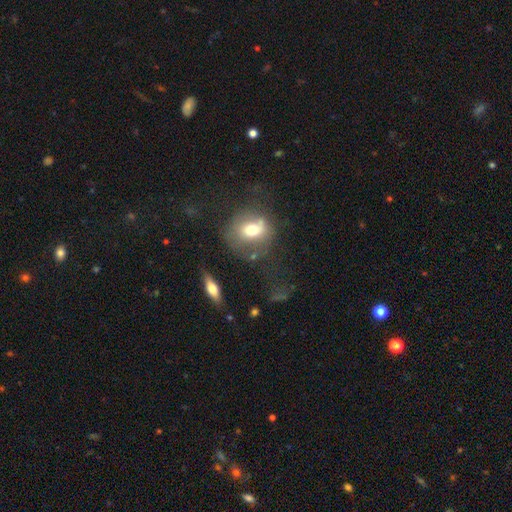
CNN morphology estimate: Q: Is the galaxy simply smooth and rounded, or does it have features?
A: smooth — 52%.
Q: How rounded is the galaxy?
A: round — 50%.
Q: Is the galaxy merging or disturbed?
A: none — 53%.